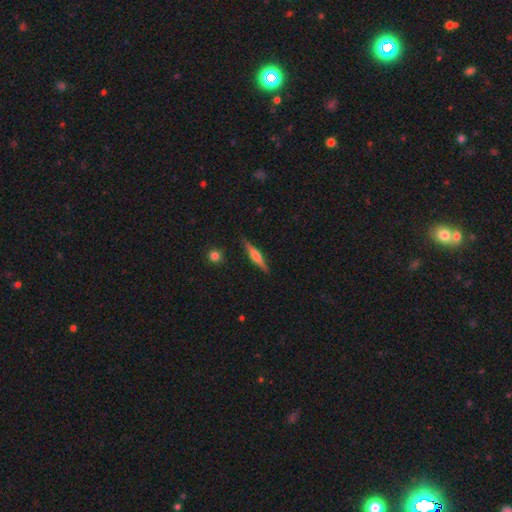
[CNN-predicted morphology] smooth_or_featured: featured or disk (p=0.61) [alt: smooth p=0.33]
disk_edge_on: yes (p=0.97) [alt: no p=0.03]
edge_on_bulge: rounded (p=0.72) [alt: boxy p=0.18]
merging: none (p=0.88) [alt: minor disturbance p=0.08]